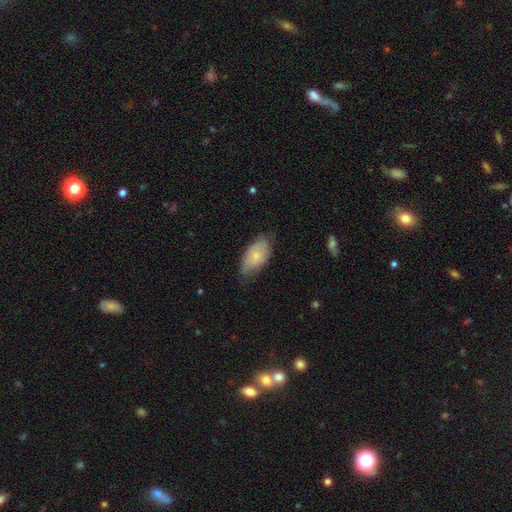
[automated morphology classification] A smooth galaxy with no disk features (66%) that is in between round and cigar-shaped (93%).

Vote fractions:
- Smooth or featured? smooth: 66% / featured or disk: 28% / star or artifact: 6%
- How rounded? in between: 93% / round: 4% / cigar-shaped: 3%
- Merging? none: 59% / minor disturbance: 32% / major disturbance: 7% / merger: 1%